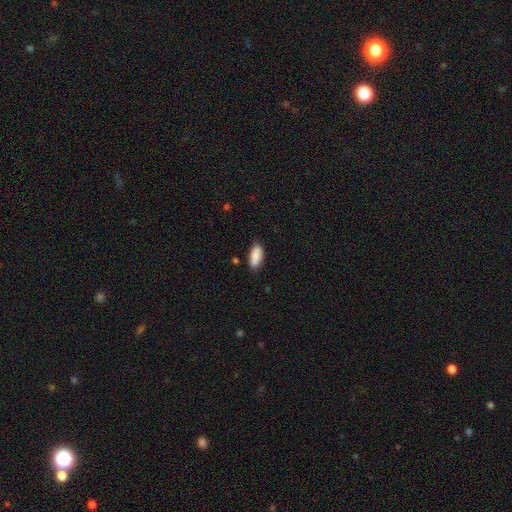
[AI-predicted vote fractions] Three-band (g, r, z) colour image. It shows a smooth galaxy with no disk features (87%) that is in between round and cigar-shaped (87%). Merging: none (80%).